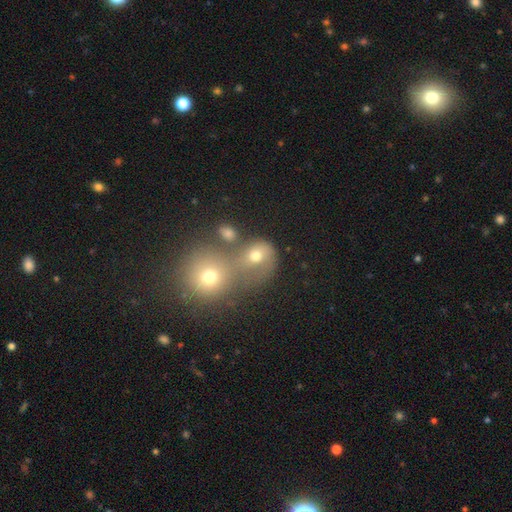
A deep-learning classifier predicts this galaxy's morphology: A smooth galaxy with no disk features (63%) that is round (71%). Merging: merger (59%).